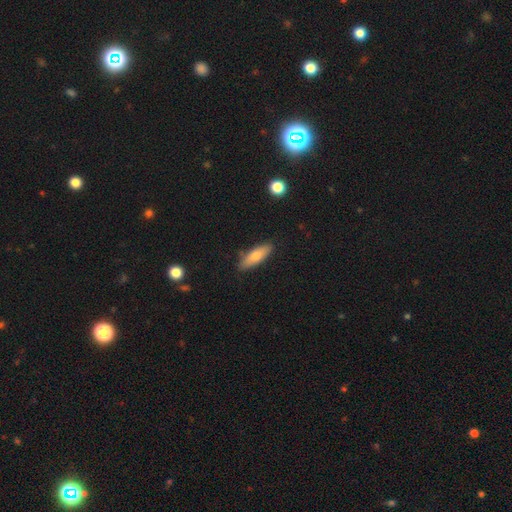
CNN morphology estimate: Smooth or featured? smooth (69%)
How rounded? cigar-shaped (53%)
Merging? none (85%)